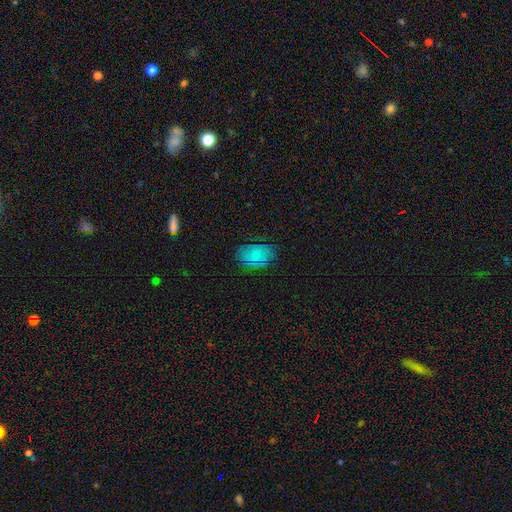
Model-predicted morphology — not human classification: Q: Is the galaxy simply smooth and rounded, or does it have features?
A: smooth — 54%.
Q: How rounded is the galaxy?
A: in between — 79%.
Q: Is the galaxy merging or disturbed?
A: none — 77%.